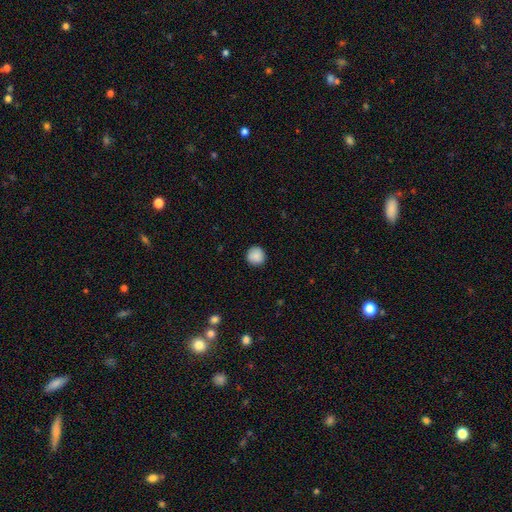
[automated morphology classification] smooth-or-featured: smooth: 89% | star or artifact: 8% | featured or disk: 3%
  how-rounded: round: 95% | in between: 4% | cigar-shaped: 1%
  merging: none: 91% | minor disturbance: 6% | major disturbance: 2% | merger: 1%